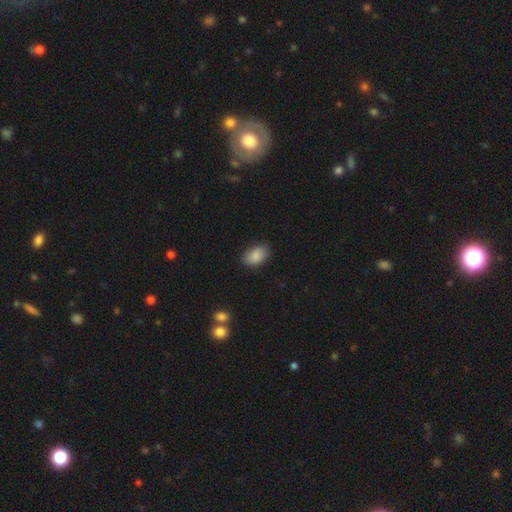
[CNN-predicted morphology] The model was most divided on "merging": none: 84%, minor disturbance: 13%, major disturbance: 3%, merger: 1%. More confident: how rounded — in between (89%); smooth or featured — smooth (87%).